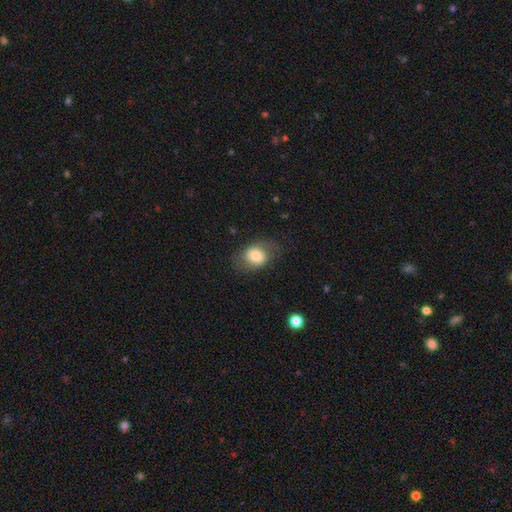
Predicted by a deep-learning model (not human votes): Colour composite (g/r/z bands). It shows a smooth galaxy with no disk features (72%) that is in between round and cigar-shaped (58%). Merging: none (69%).